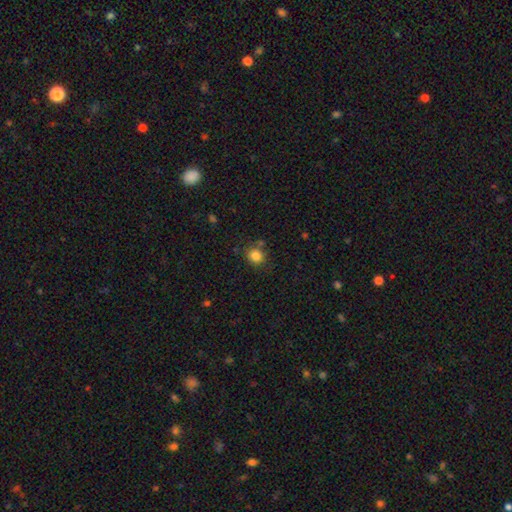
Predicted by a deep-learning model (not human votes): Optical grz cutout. It shows a smooth galaxy with no disk features (83%) that is round (81%). Merging: none (77%).